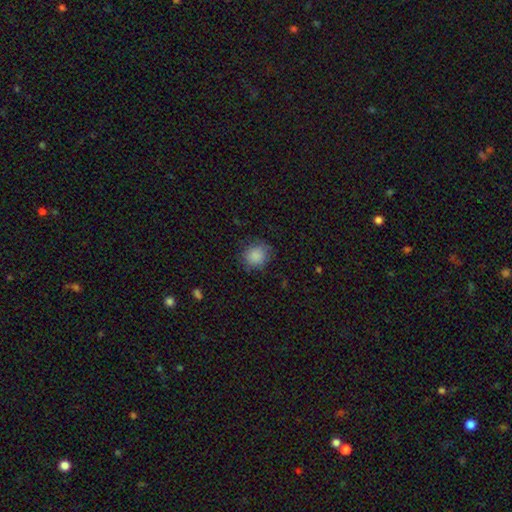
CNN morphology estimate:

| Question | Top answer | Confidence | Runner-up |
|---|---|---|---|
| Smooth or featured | smooth | 86% | star or artifact (8%) |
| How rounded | round | 79% | in between (20%) |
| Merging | none | 78% | minor disturbance (16%) |